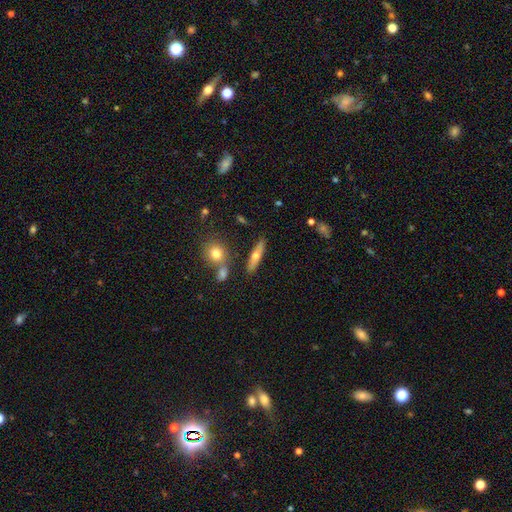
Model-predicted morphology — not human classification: smooth-or-featured: smooth: 49% | featured or disk: 42% | star or artifact: 8%
  merging: none: 80% | minor disturbance: 10% | merger: 7% | major disturbance: 3%